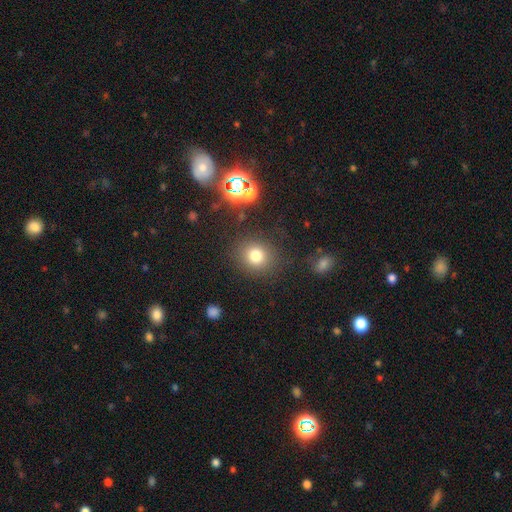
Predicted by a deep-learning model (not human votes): This is likely a smooth galaxy (77%). How rounded: clearly round (80%). Merging: clearly none (83%).